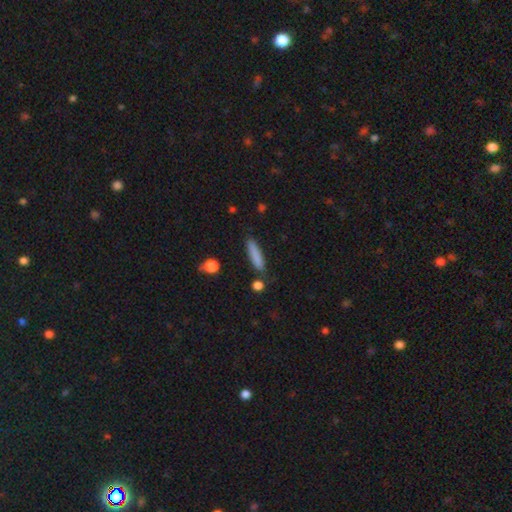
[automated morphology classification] A smooth galaxy with no disk features (84%) that is cigar-shaped (82%). Merging: none (81%).